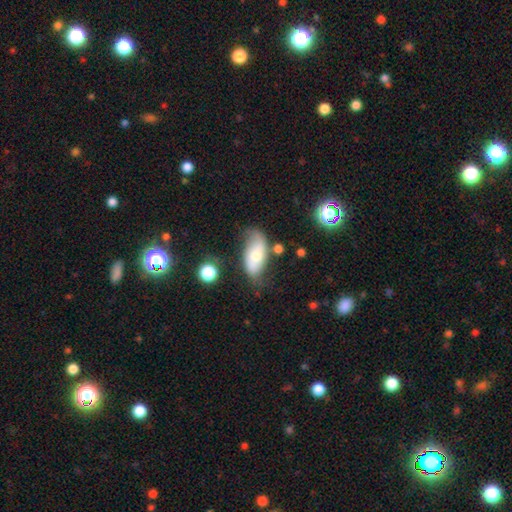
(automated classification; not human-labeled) This appears to be a smooth galaxy with no disk features (49%). Merging: none (52%).